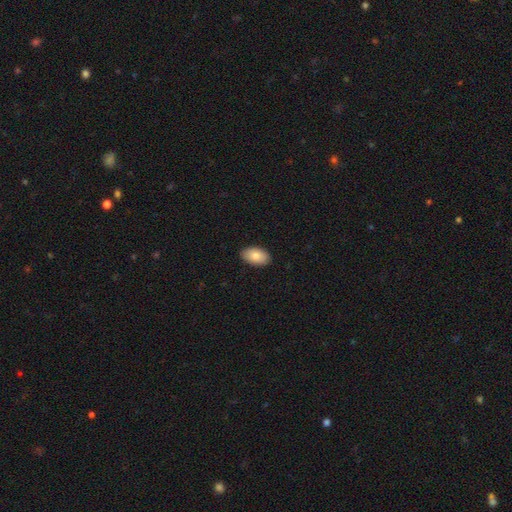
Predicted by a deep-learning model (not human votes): Smooth or featured? Predicted: smooth (p=0.85). How rounded? Predicted: in between (p=0.94). Merging? Predicted: none (p=0.89).